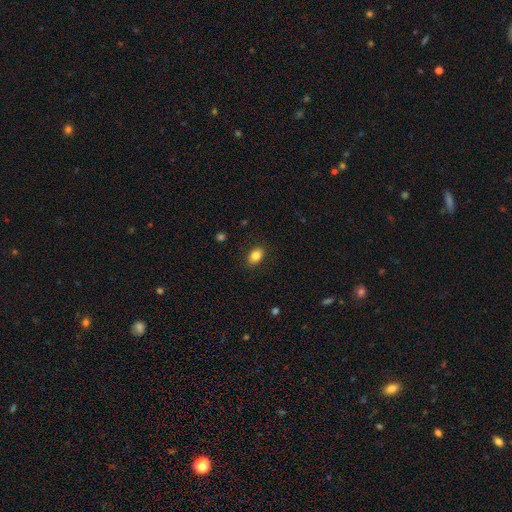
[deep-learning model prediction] smooth 84%, star or artifact 9%, featured or disk 7%. Down the decision tree: how rounded — in between (84%); merging — none (87%).